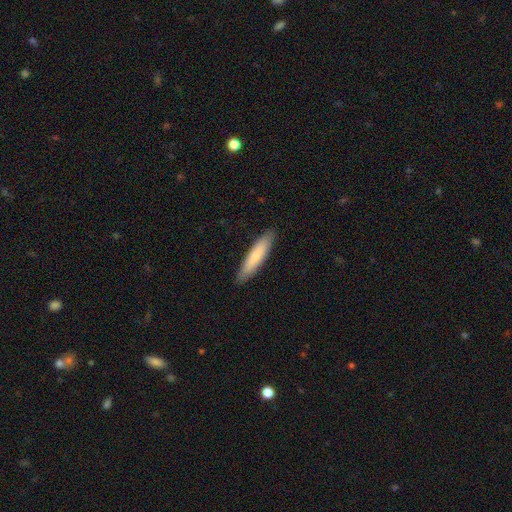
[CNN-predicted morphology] A smooth galaxy with no disk features (80%) that is cigar-shaped (83%).

Vote fractions:
- Smooth or featured? smooth: 80% / featured or disk: 15% / star or artifact: 5%
- How rounded? cigar-shaped: 83% / in between: 16% / round: 1%
- Merging? none: 89% / minor disturbance: 8% / major disturbance: 2% / merger: 1%